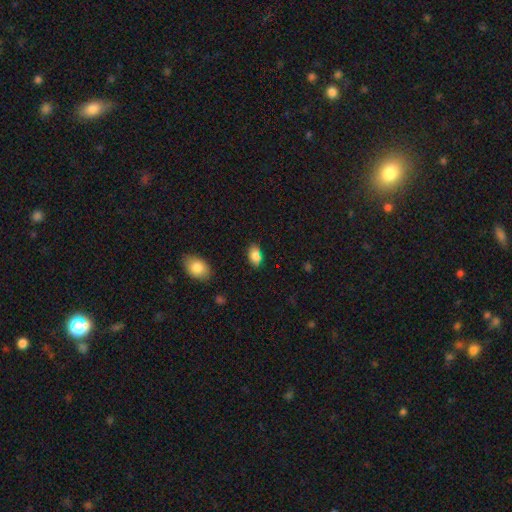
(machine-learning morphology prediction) Smooth or featured? Predicted: smooth (p=0.82). How rounded? Predicted: in between (p=0.90). Merging? Predicted: none (p=0.76).